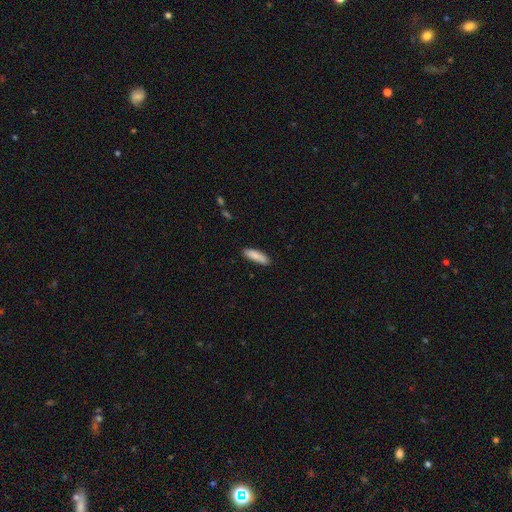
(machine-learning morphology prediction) Smooth or featured: smooth — 86% (featured or disk — 8%)
How rounded: cigar-shaped — 58% (in between — 40%)
Merging: none — 84% (minor disturbance — 12%)